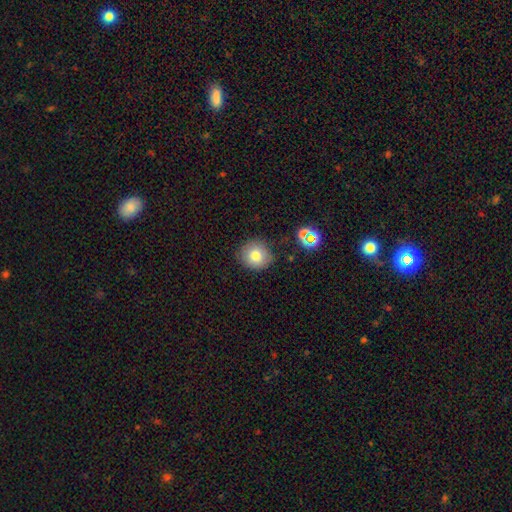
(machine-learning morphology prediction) smooth_or_featured: smooth (p=0.77) [alt: star or artifact p=0.12]
how_rounded: round (p=0.89) [alt: in between p=0.10]
merging: none (p=0.82) [alt: minor disturbance p=0.12]